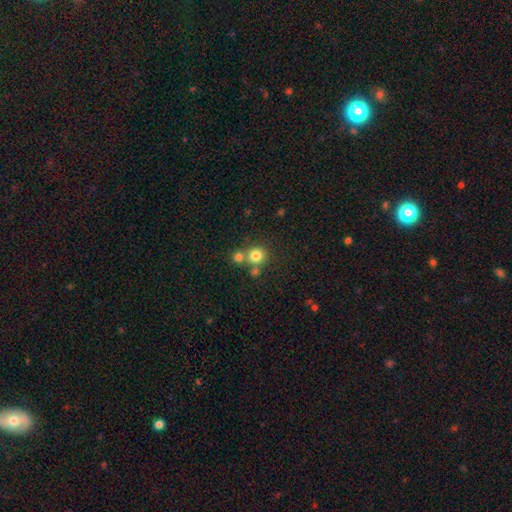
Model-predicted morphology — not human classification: Overall: smooth (80%). How rounded: round (89%). Merging: none (58%; merger 31%).